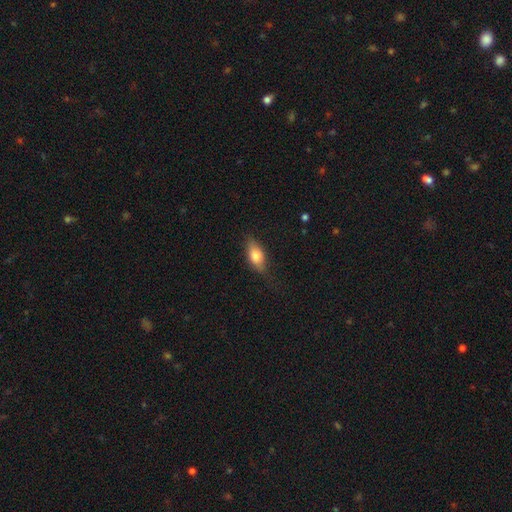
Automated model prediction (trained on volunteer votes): The model was most divided on "merging": none: 74%, minor disturbance: 20%, major disturbance: 5%, merger: 1%. More confident: how rounded — in between (83%); smooth or featured — smooth (74%).